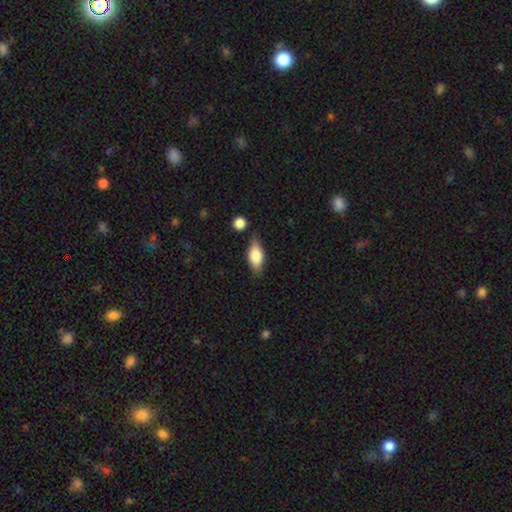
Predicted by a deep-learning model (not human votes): A smooth galaxy with no disk features (71%) that is in between round and cigar-shaped (82%). Merging: none (73%).